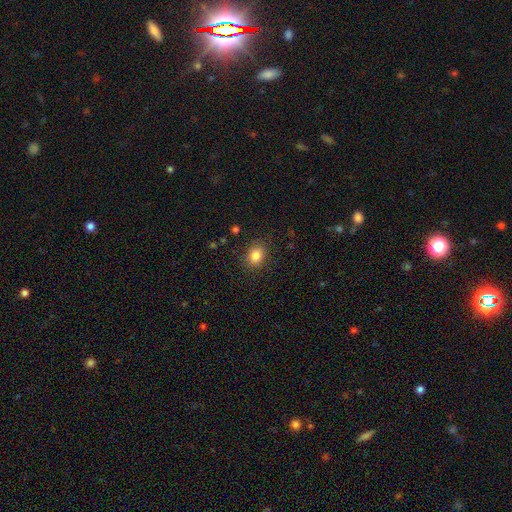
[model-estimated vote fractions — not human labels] Q: Smooth or featured?
A: smooth (84%); runner-up: star or artifact (10%)
Q: How rounded?
A: in between (52%); runner-up: round (47%)
Q: Merging?
A: none (84%); runner-up: minor disturbance (11%)